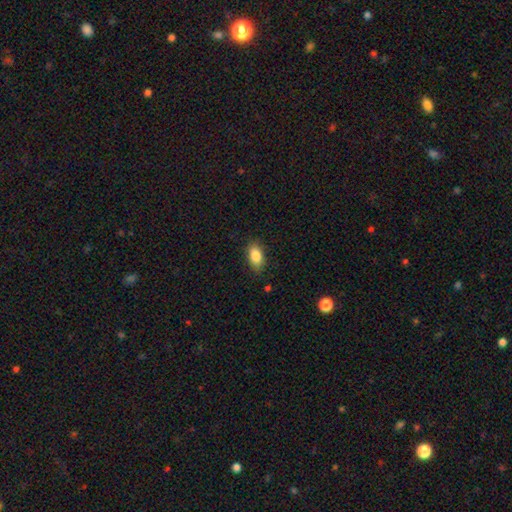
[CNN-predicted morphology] smooth_or_featured: smooth (p=0.85) [alt: star or artifact p=0.08]
how_rounded: in between (p=0.89) [alt: round p=0.07]
merging: none (p=0.84) [alt: minor disturbance p=0.13]